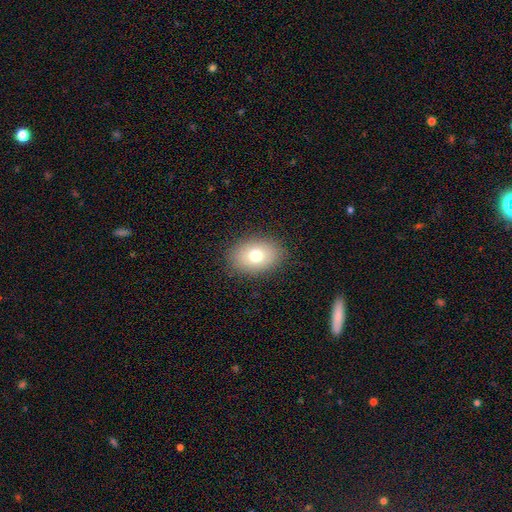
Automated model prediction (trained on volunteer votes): Morphology: type=smooth (74%); roundness=in between (74%); merging=none (87%).